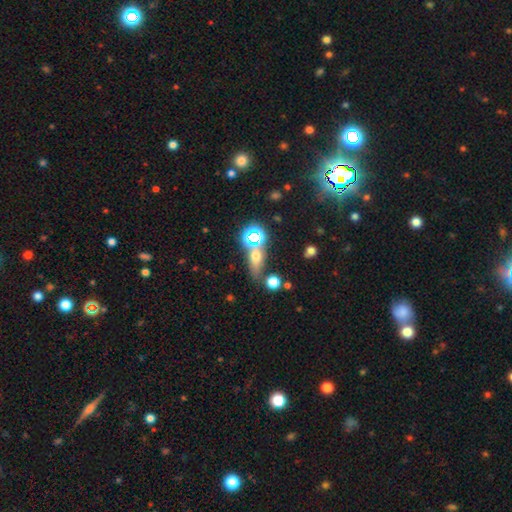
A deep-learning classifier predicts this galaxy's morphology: Smooth or featured? Predicted: smooth (p=0.50). Merging? Predicted: none (p=0.66).